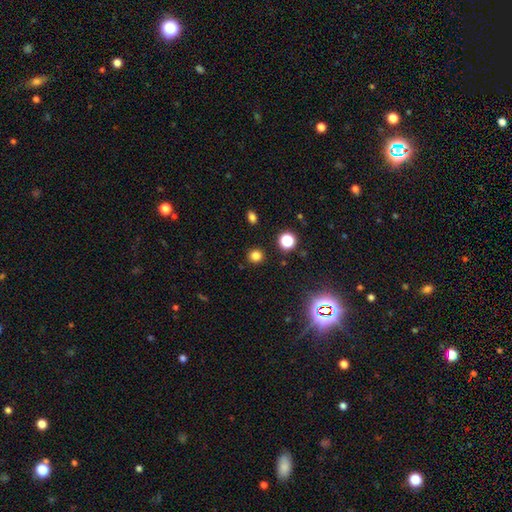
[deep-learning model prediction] Morphology: type=smooth (79%); roundness=round (89%); merging=none (90%).